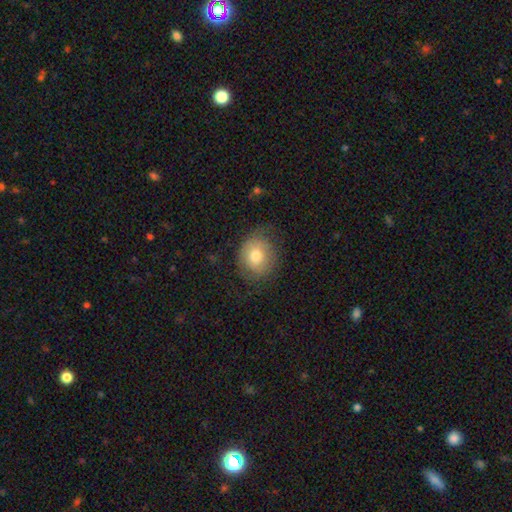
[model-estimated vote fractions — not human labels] Smooth or featured? Predicted: smooth (p=0.69). How rounded? Predicted: round (p=0.70). Merging? Predicted: none (p=0.67).